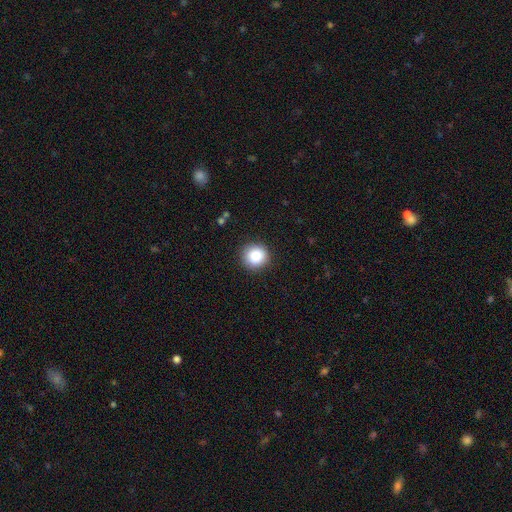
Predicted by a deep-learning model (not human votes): A smooth galaxy with no disk features (85%) that is round (93%). Merging: none (89%).